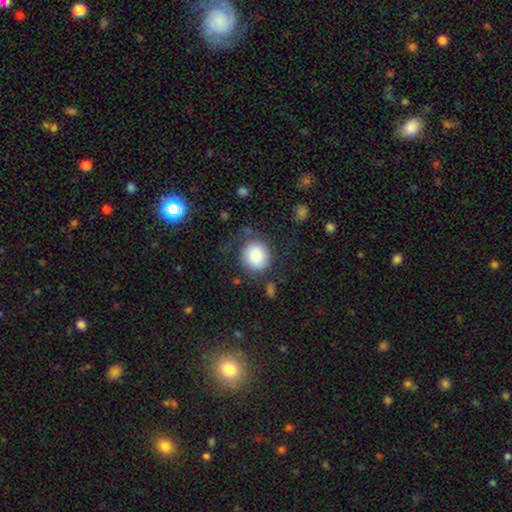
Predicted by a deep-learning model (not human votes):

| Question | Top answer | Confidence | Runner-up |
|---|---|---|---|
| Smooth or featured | smooth | 84% | featured or disk (8%) |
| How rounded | round | 87% | in between (12%) |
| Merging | none | 69% | minor disturbance (16%) |